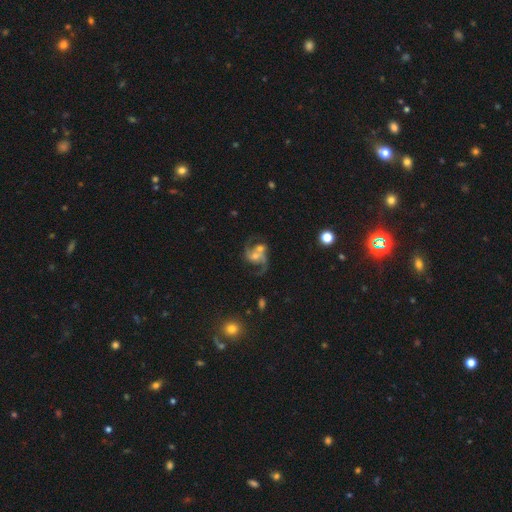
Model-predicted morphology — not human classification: A featured or disk galaxy (79%) with no bar (59%), 2 (83%) loose (51%) spiral arms (93%) and a moderate central bulge (52%). Merging: merger (38%).